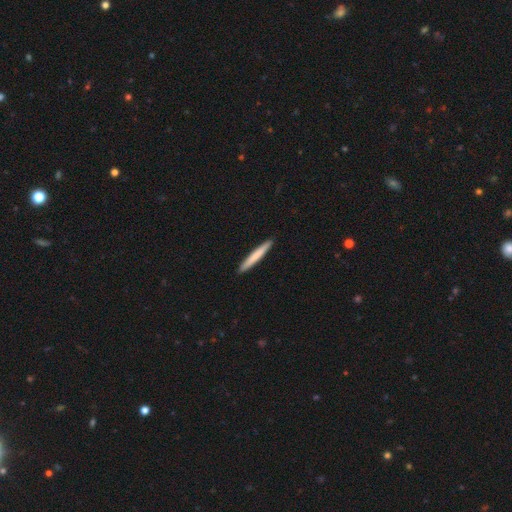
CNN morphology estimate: Smooth or featured: smooth — 73% (featured or disk — 22%)
How rounded: cigar-shaped — 96% (in between — 3%)
Merging: none — 93% (minor disturbance — 5%)